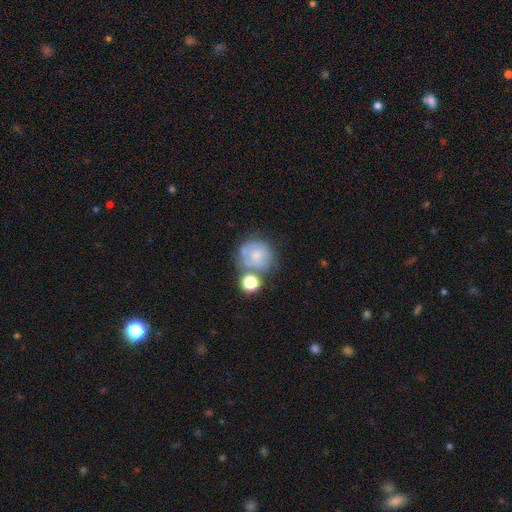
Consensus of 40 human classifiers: Smooth or featured? smooth (55%)
How rounded? round (82%)
Merging? none (39%)